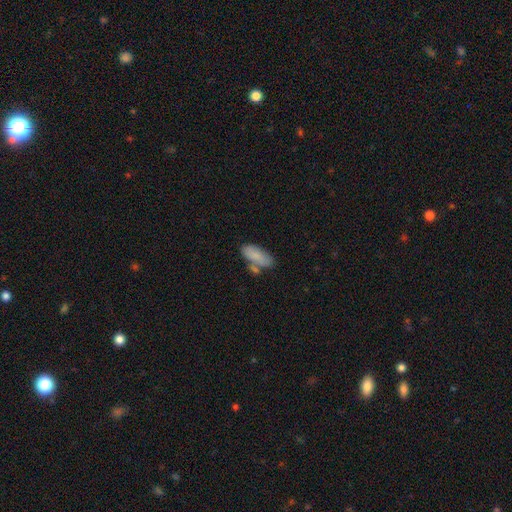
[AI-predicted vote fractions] Smooth or featured: smooth — 81% (featured or disk — 12%)
How rounded: in between — 87% (cigar-shaped — 11%)
Merging: none — 52% (merger — 23%)